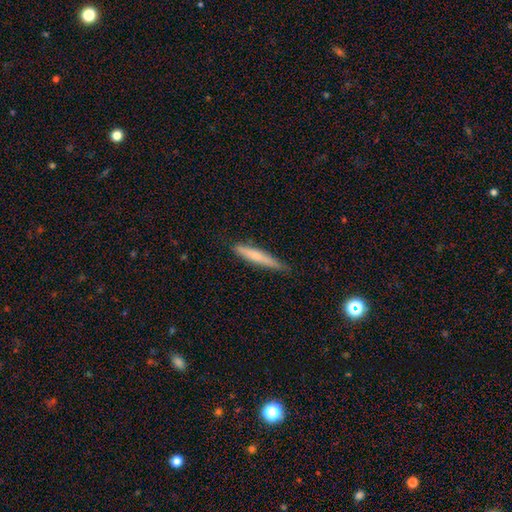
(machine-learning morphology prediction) Smooth or featured: smooth — 68% (featured or disk — 26%)
How rounded: cigar-shaped — 94% (in between — 5%)
Merging: none — 80% (minor disturbance — 16%)